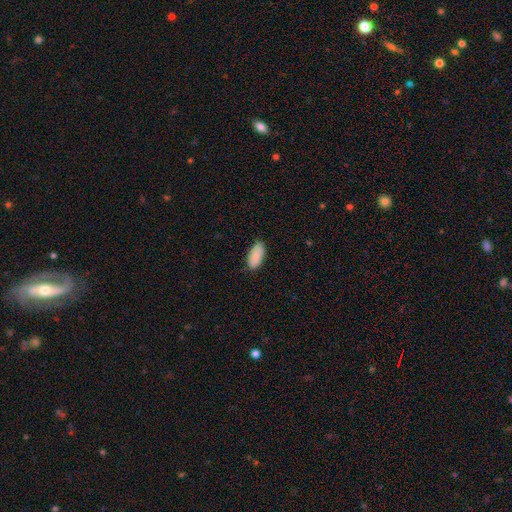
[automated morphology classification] This is clearly a smooth galaxy (89%). How rounded: clearly in between (92%). Merging: clearly none (81%).